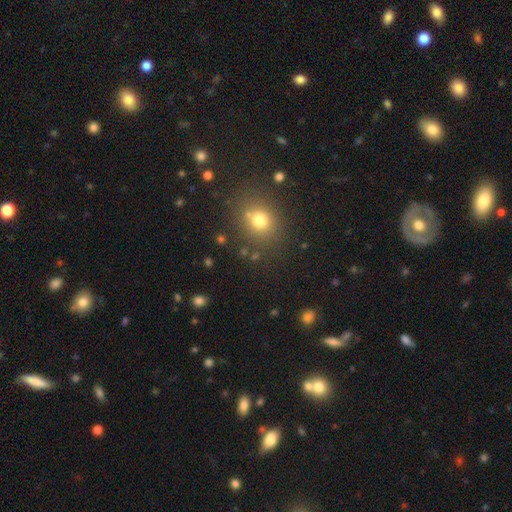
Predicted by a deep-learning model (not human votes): A smooth galaxy with no disk features (68%) that is round (73%).

Vote fractions:
- Smooth or featured? smooth: 68% / star or artifact: 23% / featured or disk: 9%
- How rounded? round: 73% / in between: 26% / cigar-shaped: 1%
- Merging? none: 78% / minor disturbance: 10% / merger: 8% / major disturbance: 4%